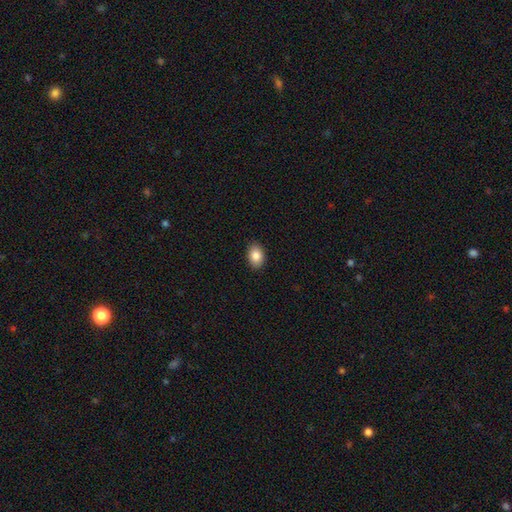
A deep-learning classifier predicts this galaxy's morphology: smooth-or-featured: smooth: 86% | star or artifact: 8% | featured or disk: 6%
  how-rounded: in between: 82% | round: 17% | cigar-shaped: 1%
  merging: none: 89% | minor disturbance: 8% | major disturbance: 2% | merger: 1%